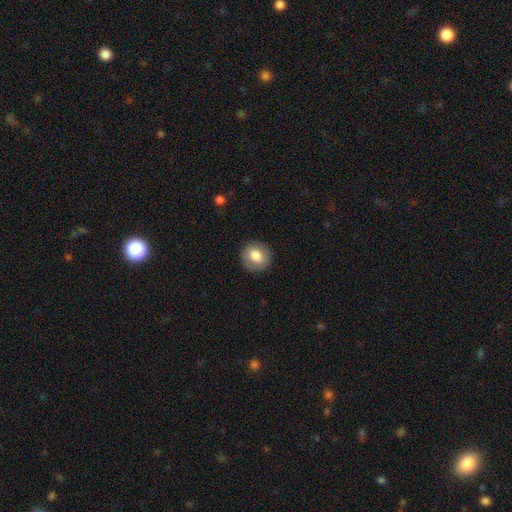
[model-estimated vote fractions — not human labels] A smooth galaxy with no disk features (75%) that is round (78%).

Vote fractions:
- Smooth or featured? smooth: 75% / featured or disk: 17% / star or artifact: 8%
- How rounded? round: 78% / in between: 21% / cigar-shaped: 1%
- Merging? none: 87% / minor disturbance: 9% / major disturbance: 3% / merger: 1%